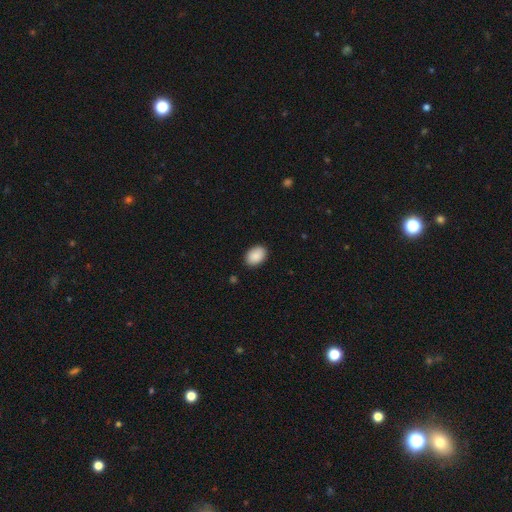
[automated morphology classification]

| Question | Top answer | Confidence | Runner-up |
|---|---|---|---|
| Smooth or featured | smooth | 90% | star or artifact (7%) |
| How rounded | in between | 83% | round (16%) |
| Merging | none | 88% | minor disturbance (9%) |